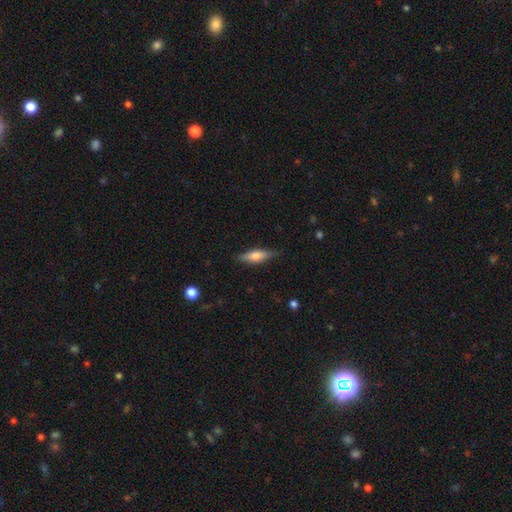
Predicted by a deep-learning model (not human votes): Morphology: type=smooth (61%); roundness=cigar-shaped (53%); merging=none (82%).